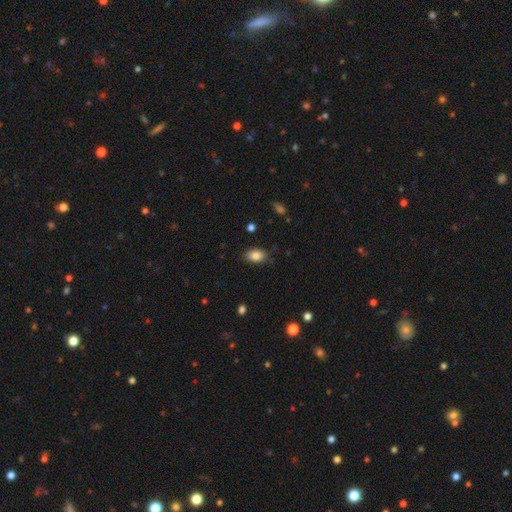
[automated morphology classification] A smooth galaxy with no disk features (85%) that is in between round and cigar-shaped (88%). Merging: none (83%).